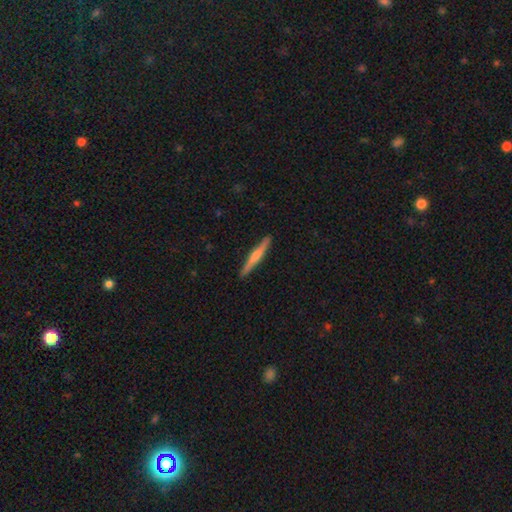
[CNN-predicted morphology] The model was most divided on "smooth or featured": featured or disk: 48%, smooth: 46%, star or artifact: 5%. More confident: merging — none (90%).